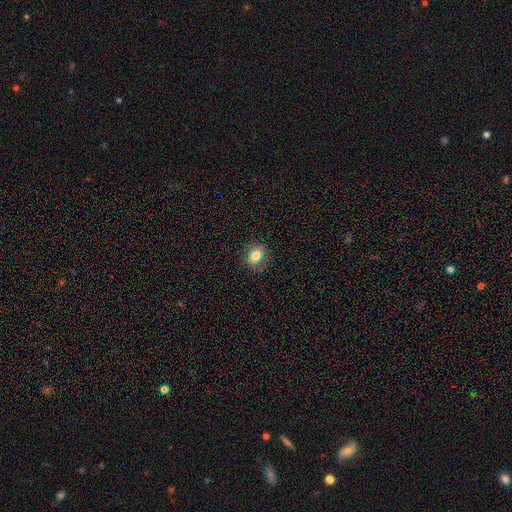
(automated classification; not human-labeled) Smooth or featured? smooth (78%)
How rounded? round (50%)
Merging? none (82%)